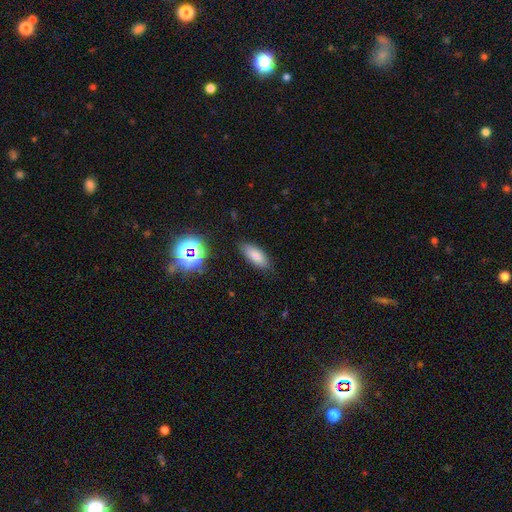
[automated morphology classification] smooth_or_featured: smooth (p=0.80) [alt: star or artifact p=0.11]
how_rounded: in between (p=0.78) [alt: cigar-shaped p=0.19]
merging: none (p=0.86) [alt: minor disturbance p=0.10]